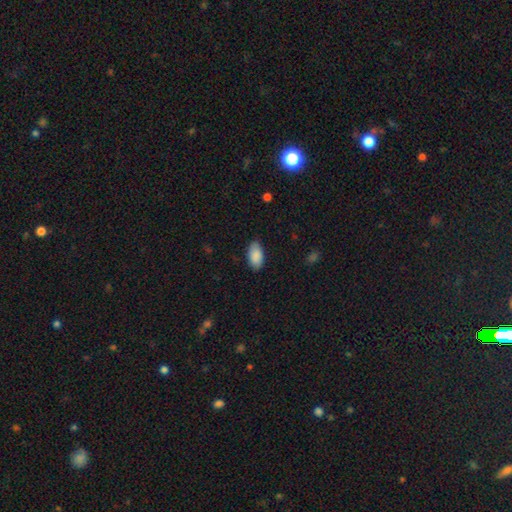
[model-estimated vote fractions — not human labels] Morphology: type=smooth (89%); roundness=in between (95%); merging=none (83%).